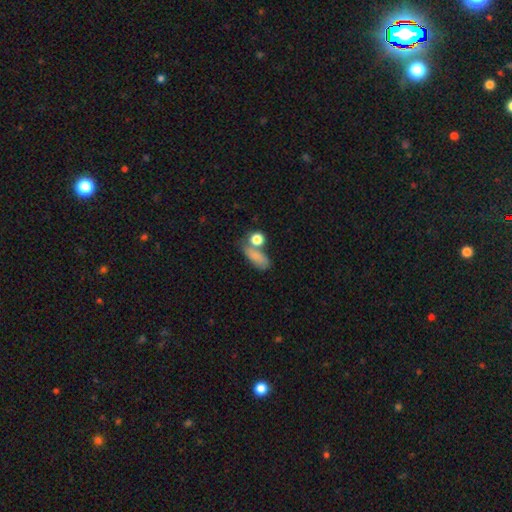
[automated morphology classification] This appears to be a smooth galaxy with no disk features (79%) that is in between round and cigar-shaped (67%). Merging: none (47%).